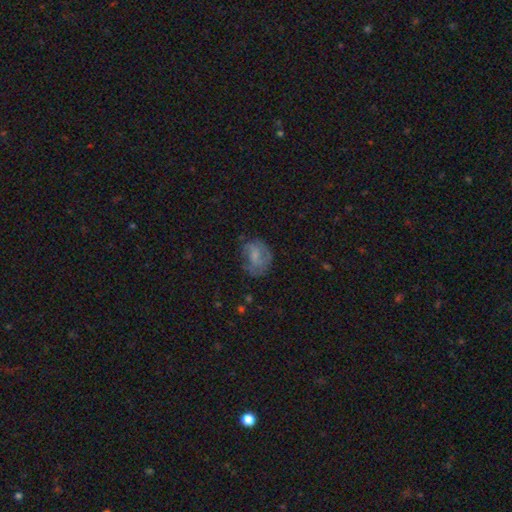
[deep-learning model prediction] Smooth or featured: smooth — 50% (featured or disk — 40%)
How rounded: in between — 55% (round — 43%)
Merging: none — 53% (minor disturbance — 26%)